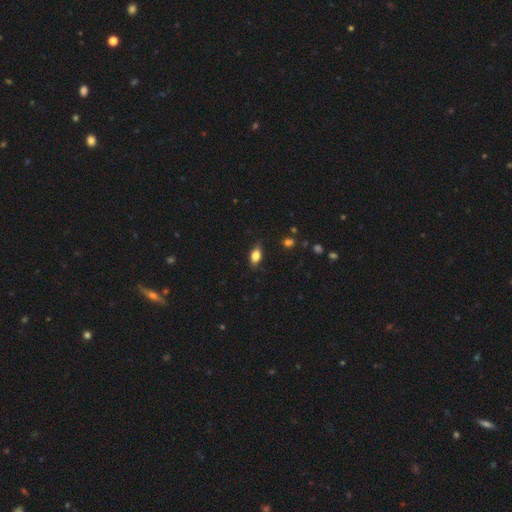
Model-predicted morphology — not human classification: A smooth galaxy with no disk features (76%) that is in between round and cigar-shaped (83%).

Vote fractions:
- Smooth or featured? smooth: 76% / featured or disk: 15% / star or artifact: 9%
- How rounded? in between: 83% / round: 9% / cigar-shaped: 8%
- Merging? none: 78% / minor disturbance: 18% / major disturbance: 4% / merger: 1%